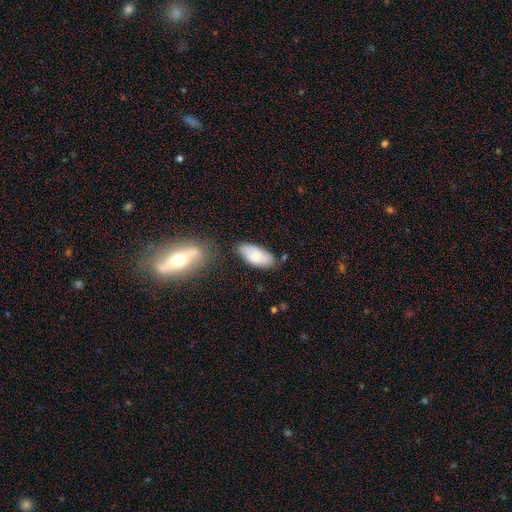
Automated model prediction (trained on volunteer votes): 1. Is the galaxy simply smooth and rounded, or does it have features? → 72% smooth, 21% featured or disk, 7% star or artifact.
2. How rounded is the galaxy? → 90% in between, 8% cigar-shaped, 2% round.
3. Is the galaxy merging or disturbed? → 69% none, 20% minor disturbance, 7% merger, 4% major disturbance.